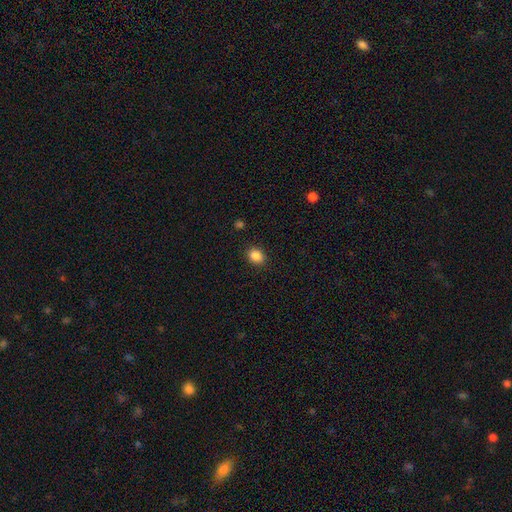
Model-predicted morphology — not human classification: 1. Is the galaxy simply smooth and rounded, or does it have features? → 87% smooth, 10% star or artifact, 3% featured or disk.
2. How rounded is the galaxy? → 59% in between, 40% round, 1% cigar-shaped.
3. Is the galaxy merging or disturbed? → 89% none, 8% minor disturbance, 2% major disturbance, 1% merger.